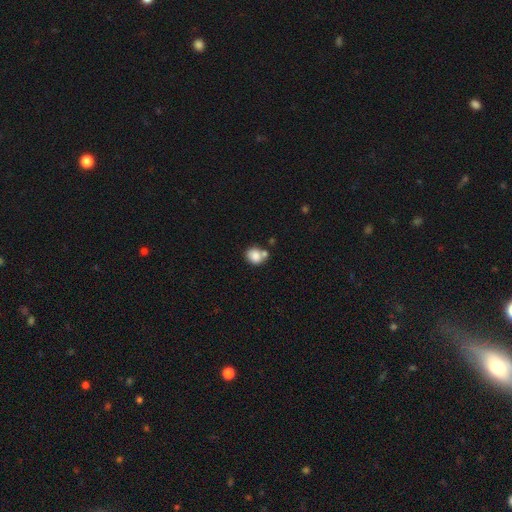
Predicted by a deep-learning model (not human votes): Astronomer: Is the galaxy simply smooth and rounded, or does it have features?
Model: smooth — 83%.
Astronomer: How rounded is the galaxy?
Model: round — 71%.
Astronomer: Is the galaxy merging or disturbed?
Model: none — 49% (runner-up: merger, 33%).